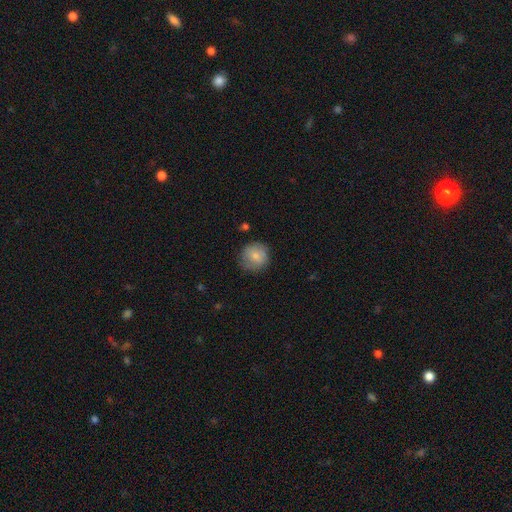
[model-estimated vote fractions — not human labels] This is likely a smooth galaxy (76%). How rounded: clearly round (90%). Merging: likely none (76%).